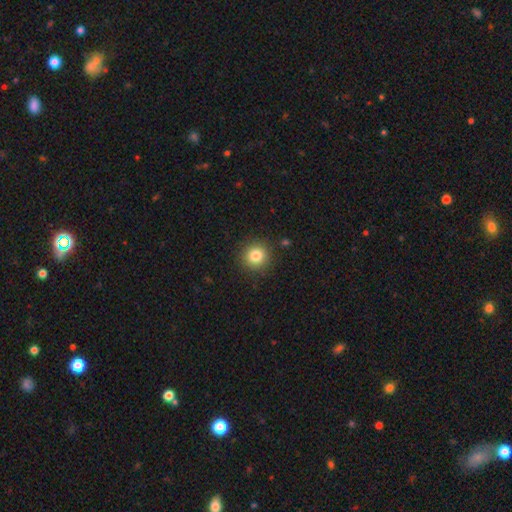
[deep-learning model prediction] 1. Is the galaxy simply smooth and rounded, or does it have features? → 83% smooth, 11% star or artifact, 6% featured or disk.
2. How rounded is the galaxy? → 93% round, 6% in between, 1% cigar-shaped.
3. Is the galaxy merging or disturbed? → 89% none, 7% minor disturbance, 2% major disturbance, 1% merger.